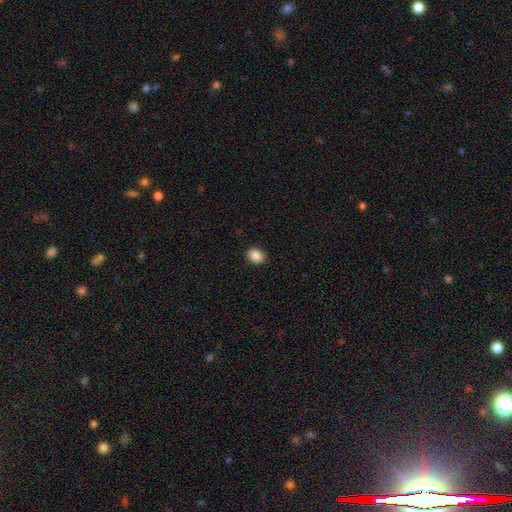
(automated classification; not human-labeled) Overall: smooth (88%). How rounded: in between (52%; round 47%). Merging: none (91%).